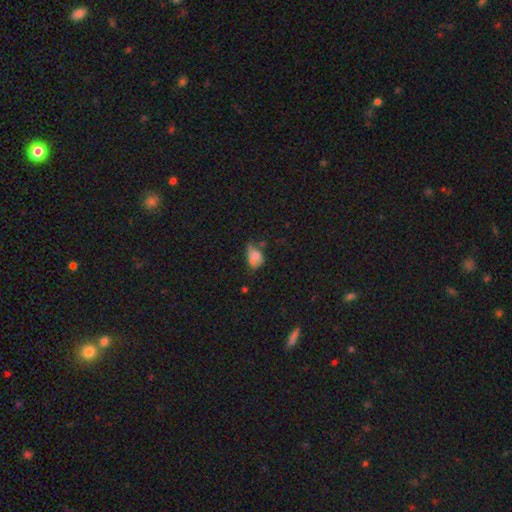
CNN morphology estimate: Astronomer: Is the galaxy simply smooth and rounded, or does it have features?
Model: smooth — 61%.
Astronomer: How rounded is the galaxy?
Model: in between — 77%.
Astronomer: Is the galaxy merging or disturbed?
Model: minor disturbance — 34% (runner-up: none, 30%).